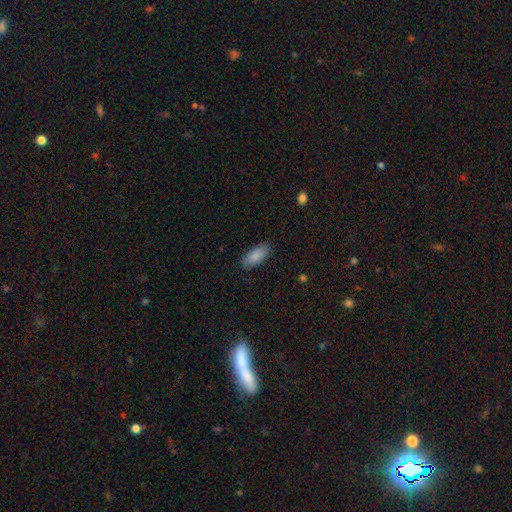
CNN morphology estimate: smooth-or-featured: smooth: 88% | star or artifact: 6% | featured or disk: 6%
  how-rounded: in between: 87% | cigar-shaped: 11% | round: 2%
  merging: none: 83% | minor disturbance: 13% | major disturbance: 3% | merger: 1%